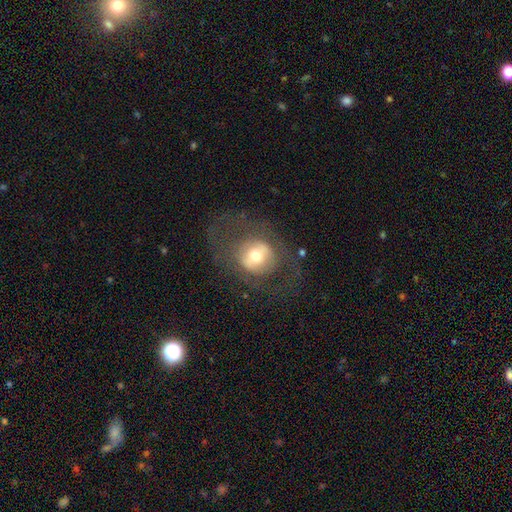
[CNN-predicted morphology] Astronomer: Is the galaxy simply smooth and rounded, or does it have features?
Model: featured or disk — 48% (runner-up: smooth, 42%).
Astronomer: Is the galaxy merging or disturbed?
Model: none — 65%.